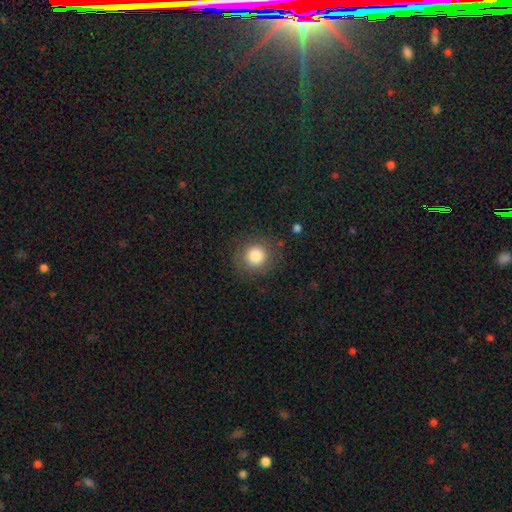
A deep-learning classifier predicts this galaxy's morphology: A smooth galaxy with no disk features (82%) that is round (92%). Merging: none (84%).